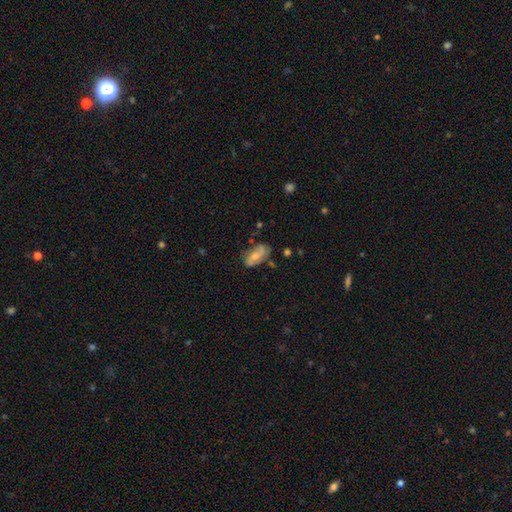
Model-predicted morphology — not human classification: Smooth or featured: smooth — 59% (featured or disk — 33%)
How rounded: in between — 89% (cigar-shaped — 7%)
Merging: none — 59% (minor disturbance — 27%)